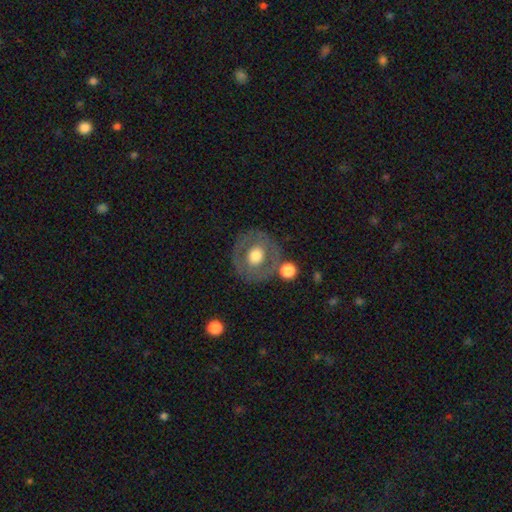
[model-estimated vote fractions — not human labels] A smooth galaxy with no disk features (50%) that is round (84%).

Vote fractions:
- Smooth or featured? smooth: 50% / featured or disk: 43% / star or artifact: 7%
- How rounded? round: 84% / in between: 15% / cigar-shaped: 1%
- Merging? none: 73% / minor disturbance: 13% / merger: 7% / major disturbance: 7%